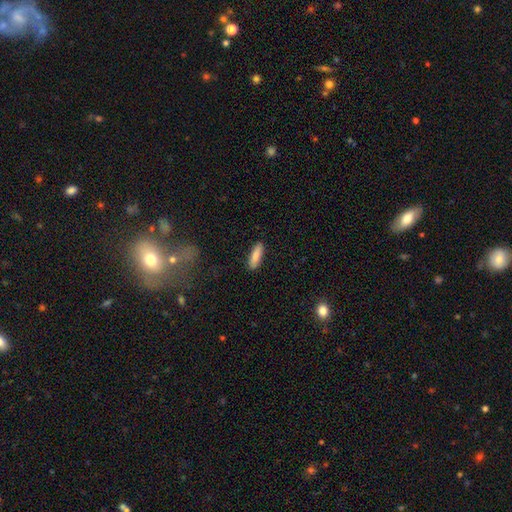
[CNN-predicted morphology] Smooth or featured?
  - smooth: 86% *
  - featured or disk: 8%
  - star or artifact: 6%
How rounded?
  - cigar-shaped: 58% *
  - in between: 40%
  - round: 2%
Merging?
  - none: 89% *
  - minor disturbance: 8%
  - major disturbance: 2%
  - merger: 1%